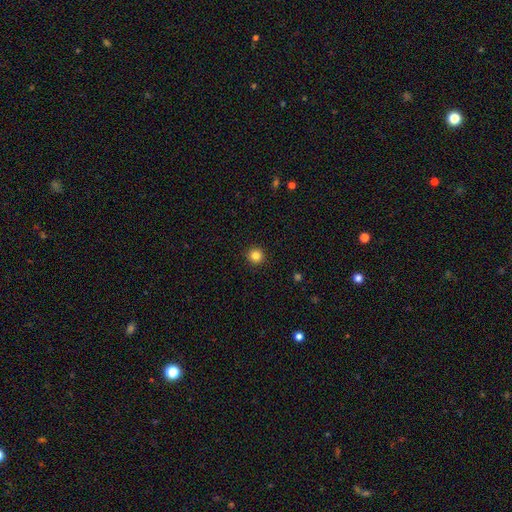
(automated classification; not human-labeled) Smooth or featured?
  - smooth: 83% *
  - star or artifact: 12%
  - featured or disk: 5%
How rounded?
  - round: 96% *
  - in between: 3%
  - cigar-shaped: 1%
Merging?
  - none: 93% *
  - minor disturbance: 4%
  - major disturbance: 1%
  - merger: 1%